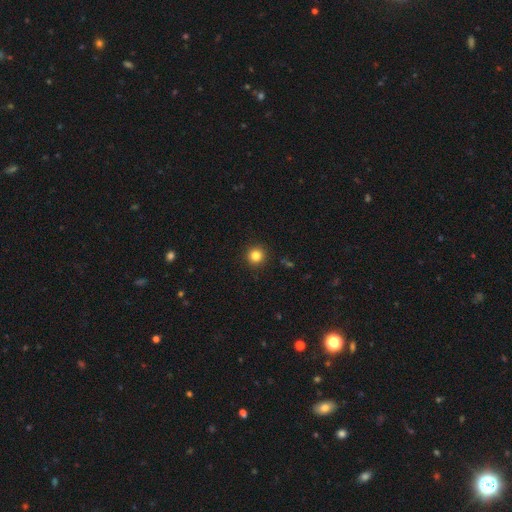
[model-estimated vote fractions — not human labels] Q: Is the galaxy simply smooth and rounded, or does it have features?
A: smooth — 83%.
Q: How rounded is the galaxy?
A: round — 95%.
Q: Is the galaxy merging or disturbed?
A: none — 93%.